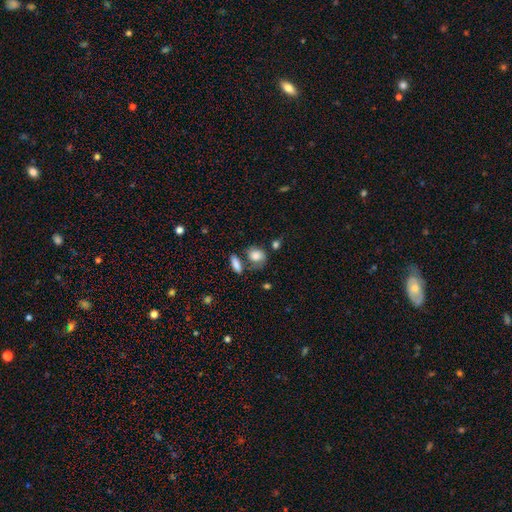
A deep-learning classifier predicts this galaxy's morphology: Smooth or featured? smooth (82%)
How rounded? in between (54%)
Merging? none (51%)